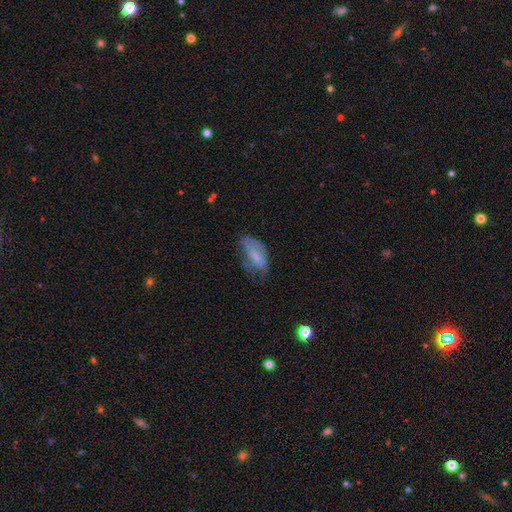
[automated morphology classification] A smooth galaxy with no disk features (61%) that is in between round and cigar-shaped (83%).

Vote fractions:
- Smooth or featured? smooth: 61% / featured or disk: 30% / star or artifact: 8%
- How rounded? in between: 83% / cigar-shaped: 14% / round: 3%
- Merging? none: 45% / minor disturbance: 33% / major disturbance: 19% / merger: 2%